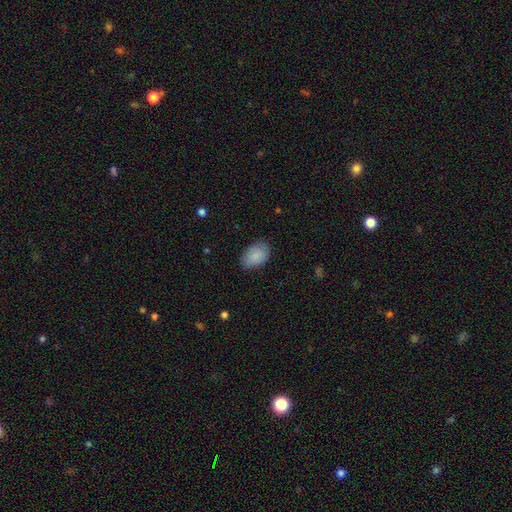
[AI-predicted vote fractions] smooth 87%, featured or disk 7%, star or artifact 6%. Down the decision tree: how rounded — in between (88%); merging — none (76%).